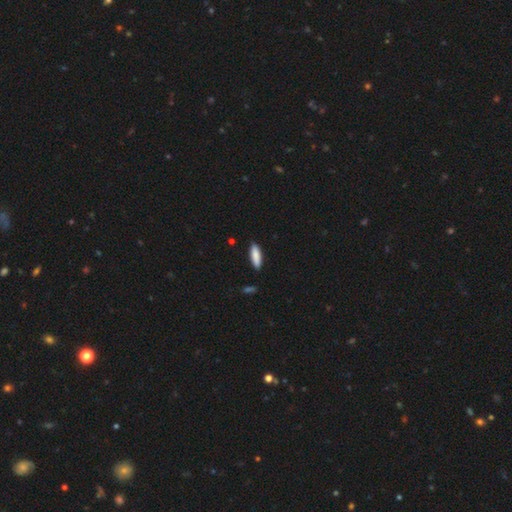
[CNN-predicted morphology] The model was most divided on "how rounded": cigar-shaped: 53%, in between: 45%, round: 1%. More confident: merging — none (87%); smooth or featured — smooth (86%).